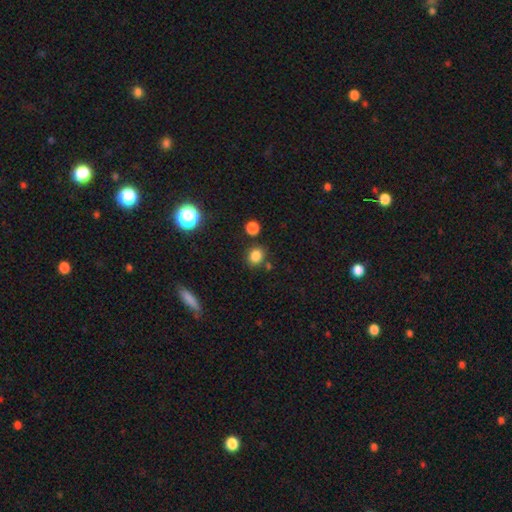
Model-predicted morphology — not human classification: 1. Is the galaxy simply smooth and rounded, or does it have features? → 83% smooth, 13% star or artifact, 5% featured or disk.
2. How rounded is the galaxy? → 64% round, 35% in between, 1% cigar-shaped.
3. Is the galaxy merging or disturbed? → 79% none, 11% minor disturbance, 7% merger, 3% major disturbance.